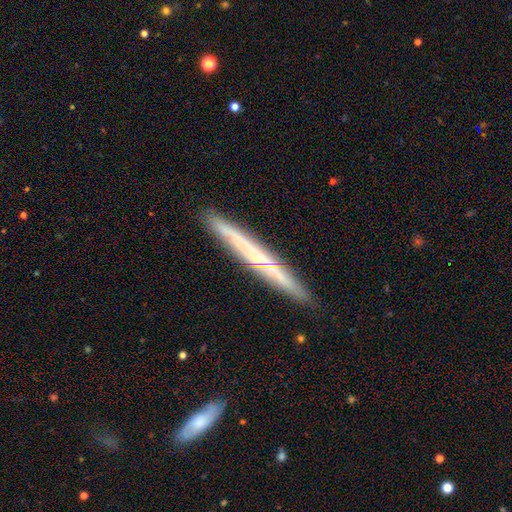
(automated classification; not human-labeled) A featured or disk galaxy (57%) viewed edge-on (95%) with no central bulge (71%). Merging: none (90%).